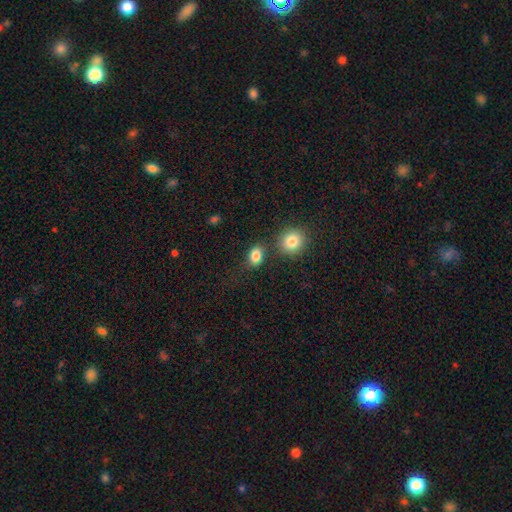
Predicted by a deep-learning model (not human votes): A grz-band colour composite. It shows a smooth galaxy with no disk features (84%) that is in between round and cigar-shaped (65%). Merging: none (67%).